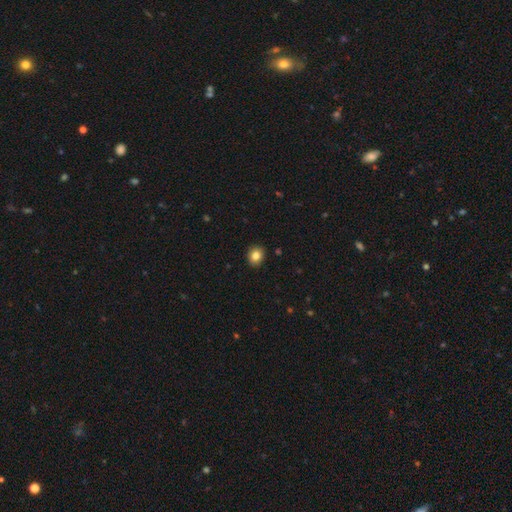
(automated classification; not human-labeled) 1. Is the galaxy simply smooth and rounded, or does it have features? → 84% smooth, 10% star or artifact, 6% featured or disk.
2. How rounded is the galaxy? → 68% round, 31% in between, 1% cigar-shaped.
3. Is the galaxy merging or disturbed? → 91% none, 7% minor disturbance, 2% major disturbance, 1% merger.